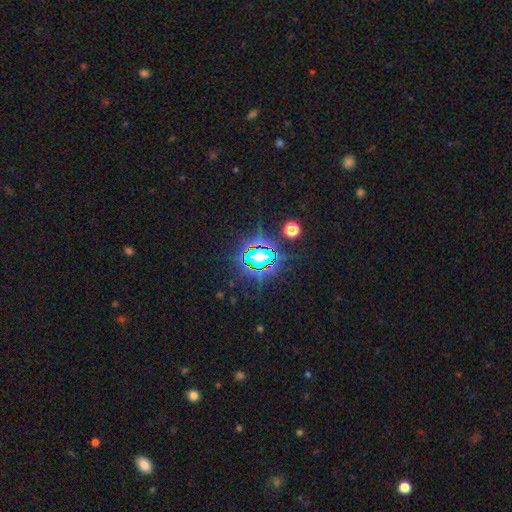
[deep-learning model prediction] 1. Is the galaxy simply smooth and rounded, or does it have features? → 74% star or artifact, 15% smooth, 11% featured or disk.